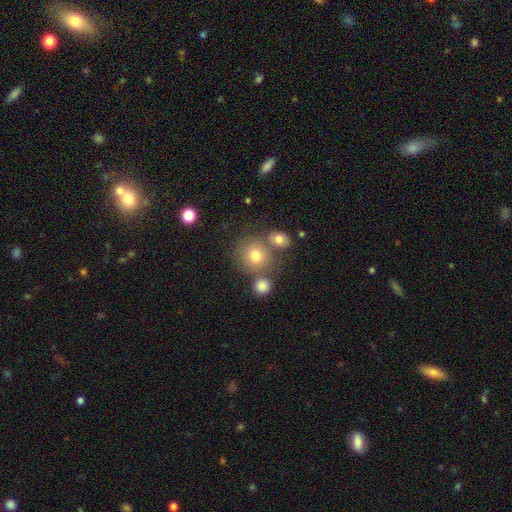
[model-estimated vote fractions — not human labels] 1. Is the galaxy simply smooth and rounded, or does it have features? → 76% smooth, 13% star or artifact, 11% featured or disk.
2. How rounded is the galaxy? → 85% round, 14% in between, 1% cigar-shaped.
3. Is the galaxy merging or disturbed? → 61% none, 23% merger, 11% minor disturbance, 5% major disturbance.